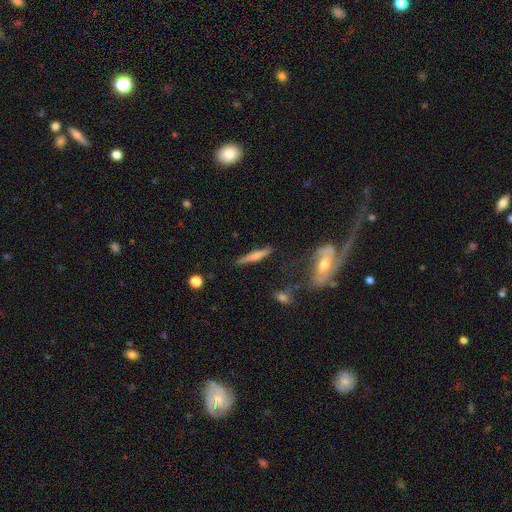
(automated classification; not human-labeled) A smooth galaxy with no disk features (53%) that is cigar-shaped (90%).

Vote fractions:
- Smooth or featured? smooth: 53% / featured or disk: 40% / star or artifact: 7%
- How rounded? cigar-shaped: 90% / in between: 8% / round: 2%
- Merging? none: 82% / minor disturbance: 12% / major disturbance: 3% / merger: 3%